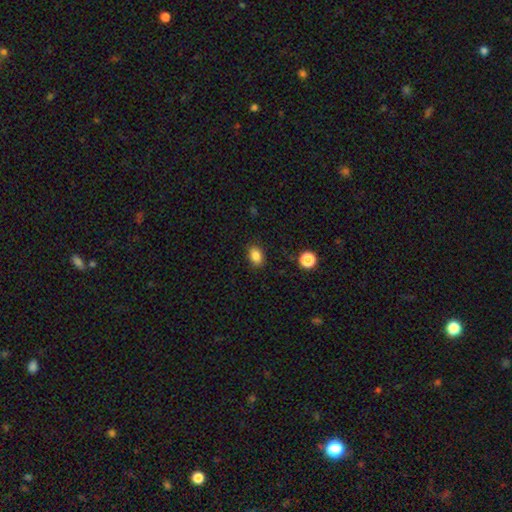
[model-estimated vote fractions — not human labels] smooth_or_featured: smooth (p=0.85) [alt: star or artifact p=0.10]
how_rounded: in between (p=0.74) [alt: round p=0.24]
merging: none (p=0.87) [alt: minor disturbance p=0.09]